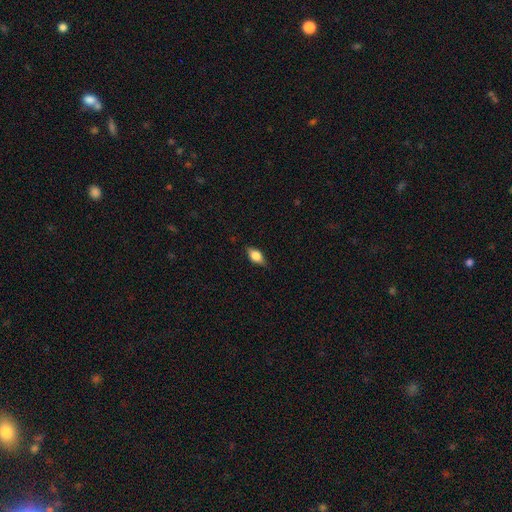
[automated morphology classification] Smooth or featured: smooth — 66% (featured or disk — 26%)
How rounded: in between — 81% (cigar-shaped — 11%)
Merging: none — 80% (minor disturbance — 16%)